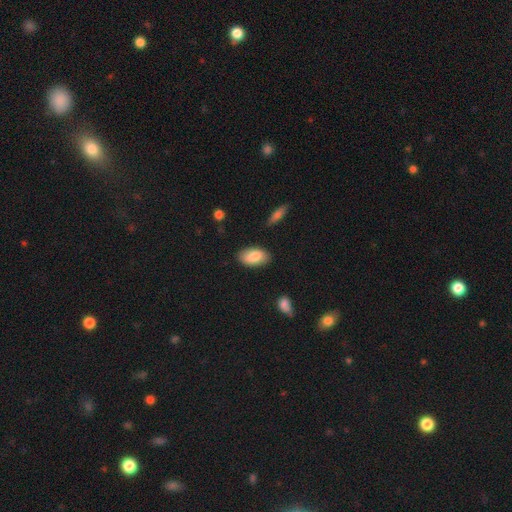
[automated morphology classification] Smooth or featured? Predicted: smooth (p=0.84). How rounded? Predicted: in between (p=0.94). Merging? Predicted: none (p=0.84).